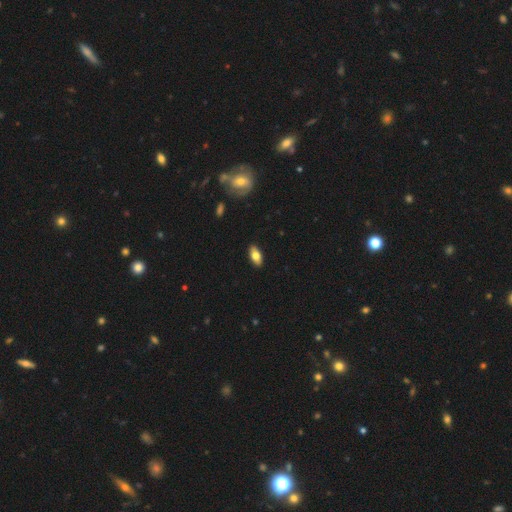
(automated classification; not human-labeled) Morphology: type=smooth (73%); roundness=in between (88%); merging=none (88%).